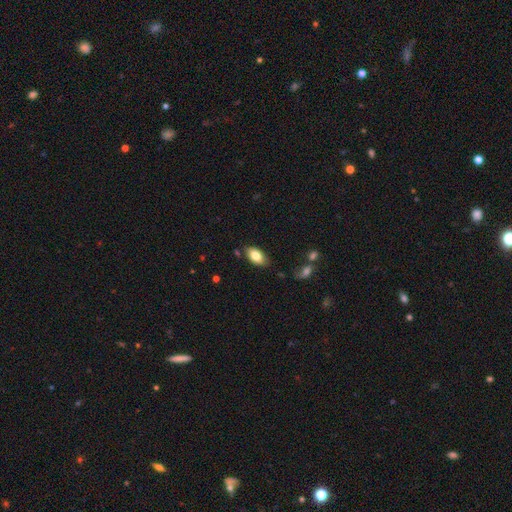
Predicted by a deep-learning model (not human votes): Smooth or featured? smooth (80%)
How rounded? in between (93%)
Merging? none (80%)